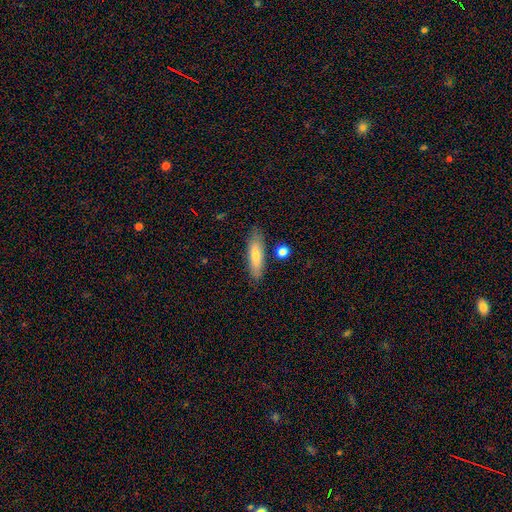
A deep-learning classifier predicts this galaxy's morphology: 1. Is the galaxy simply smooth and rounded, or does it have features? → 74% smooth, 19% featured or disk, 6% star or artifact.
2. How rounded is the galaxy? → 60% cigar-shaped, 38% in between, 2% round.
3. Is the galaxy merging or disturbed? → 79% none, 14% minor disturbance, 4% merger, 3% major disturbance.